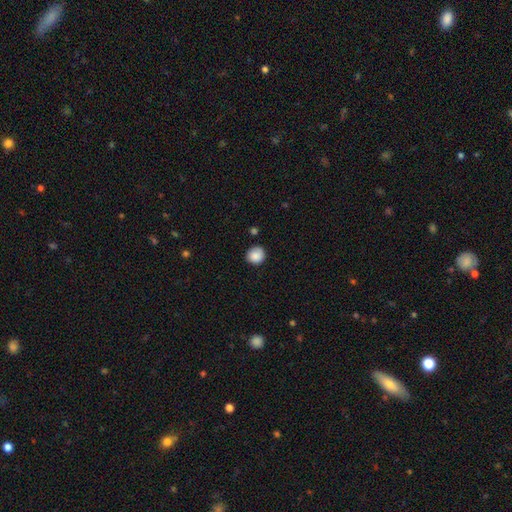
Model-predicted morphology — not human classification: Overall: smooth (87%). How rounded: round (88%). Merging: none (80%).